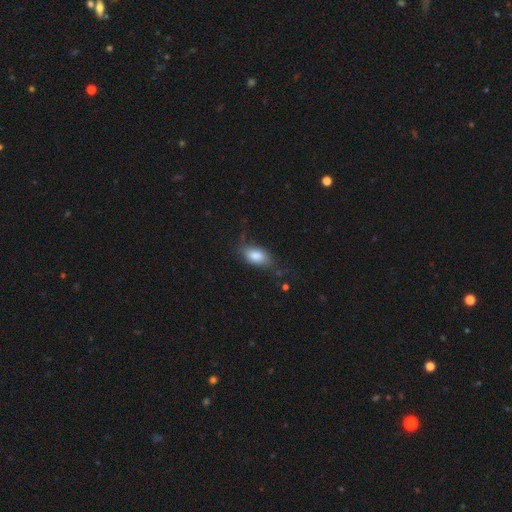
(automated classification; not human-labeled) Overall: smooth (80%). How rounded: in between (89%). Merging: none (52%; minor disturbance 29%).